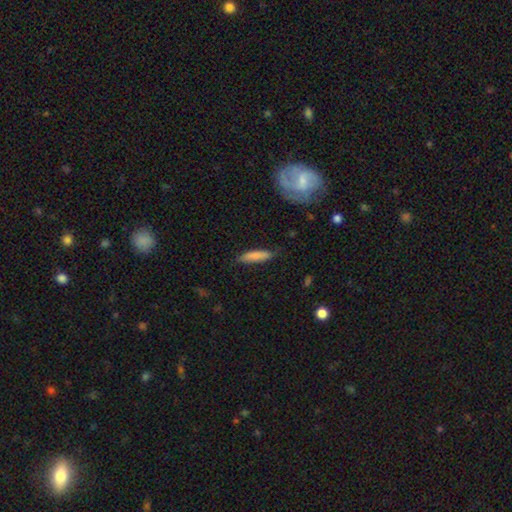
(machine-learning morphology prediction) smooth_or_featured: smooth (p=0.82) [alt: featured or disk p=0.12]
how_rounded: cigar-shaped (p=0.74) [alt: in between p=0.24]
merging: none (p=0.79) [alt: minor disturbance p=0.16]